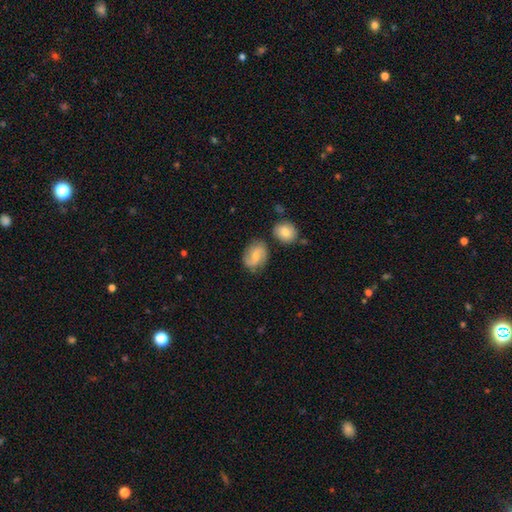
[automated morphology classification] A featured or disk galaxy (58%) with a weak bar (50%), 2 (85%) medium (45%) spiral arms (90%) and a small central bulge (47%). Merging: none (70%).